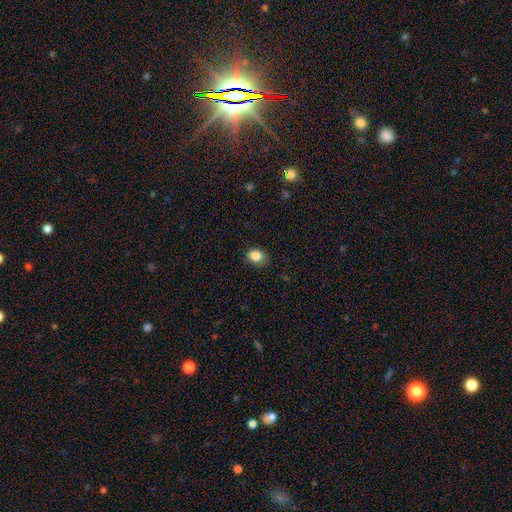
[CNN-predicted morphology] smooth_or_featured: smooth (p=0.84) [alt: star or artifact p=0.10]
how_rounded: in between (p=0.52) [alt: round p=0.47]
merging: none (p=0.86) [alt: minor disturbance p=0.11]